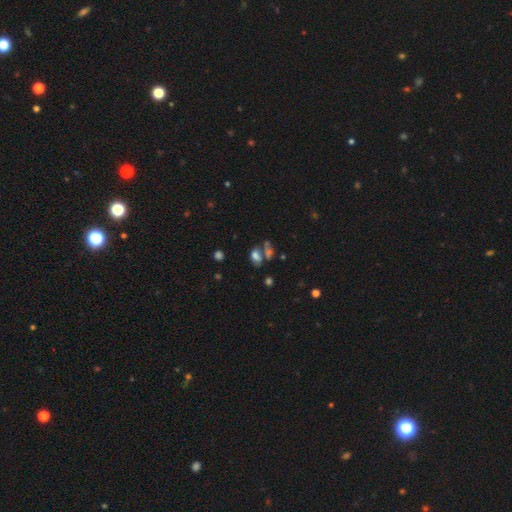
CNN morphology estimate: Smooth or featured: smooth — 68% (featured or disk — 17%)
How rounded: in between — 85% (round — 10%)
Merging: none — 41% (merger — 37%)